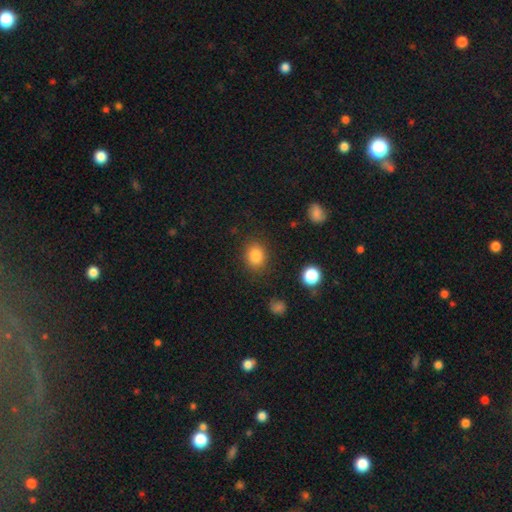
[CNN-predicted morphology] smooth-or-featured: smooth: 84% | star or artifact: 11% | featured or disk: 5%
  how-rounded: round: 58% | in between: 41% | cigar-shaped: 1%
  merging: none: 85% | minor disturbance: 10% | major disturbance: 4% | merger: 2%